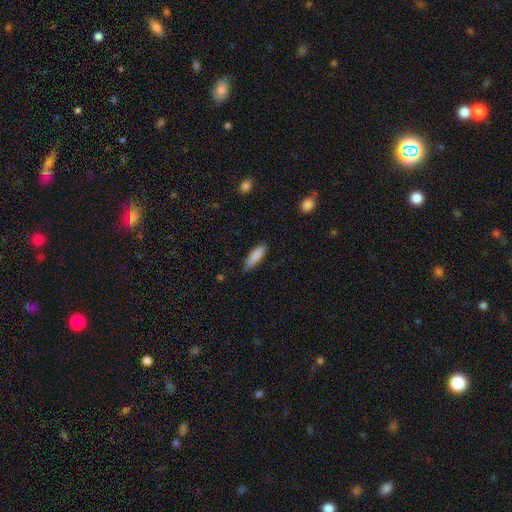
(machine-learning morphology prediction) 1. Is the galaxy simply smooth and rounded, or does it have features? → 87% smooth, 7% featured or disk, 6% star or artifact.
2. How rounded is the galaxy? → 59% cigar-shaped, 39% in between, 2% round.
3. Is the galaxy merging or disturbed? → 74% none, 22% minor disturbance, 3% major disturbance, 1% merger.